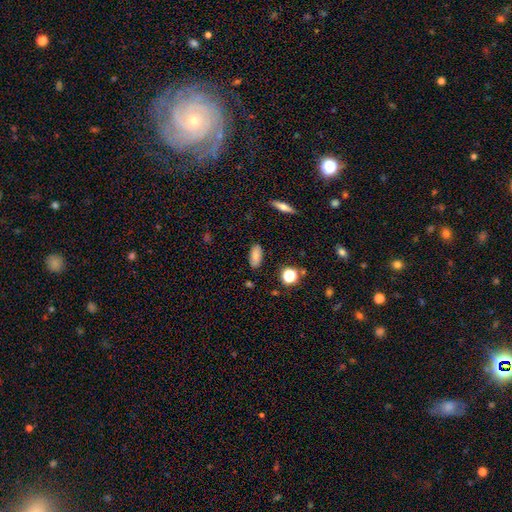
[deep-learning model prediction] This is clearly a smooth galaxy (81%). How rounded: clearly in between (86%). Merging: clearly none (84%).